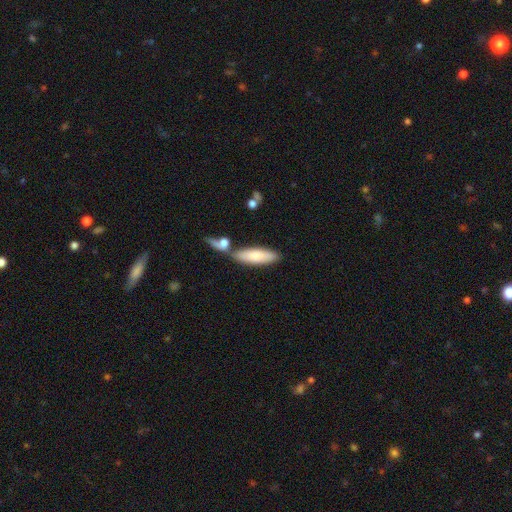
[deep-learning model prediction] Smooth or featured?
  - smooth: 78% *
  - featured or disk: 16%
  - star or artifact: 5%
How rounded?
  - cigar-shaped: 51% *
  - in between: 47%
  - round: 2%
Merging?
  - none: 68% *
  - merger: 16%
  - minor disturbance: 12%
  - major disturbance: 3%